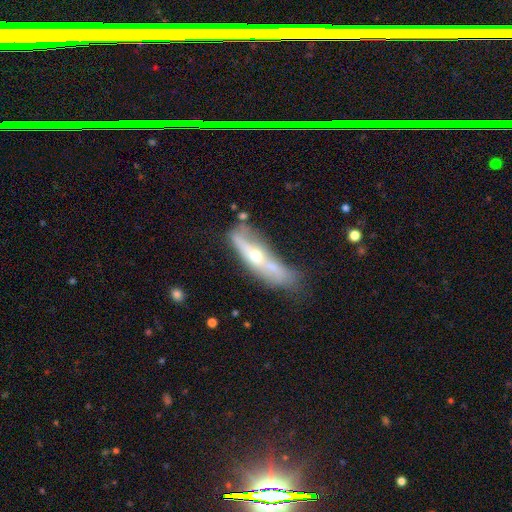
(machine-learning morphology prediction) This is possibly a featured or disk galaxy (59%). It is possibly viewed edge-on (56%). Merging: possibly none (47%).